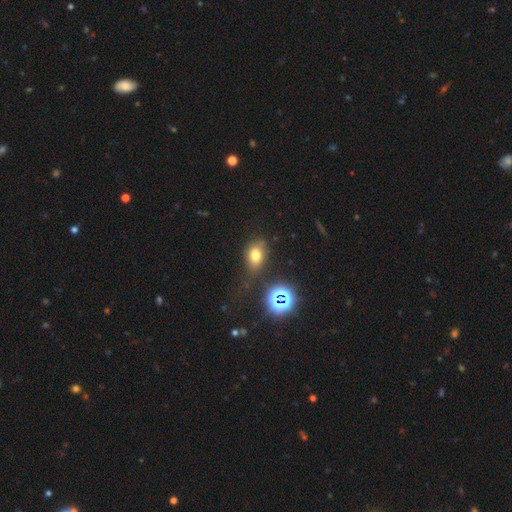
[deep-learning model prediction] smooth 69%, star or artifact 20%, featured or disk 11%. Down the decision tree: how rounded — in between (75%); merging — none (63%).